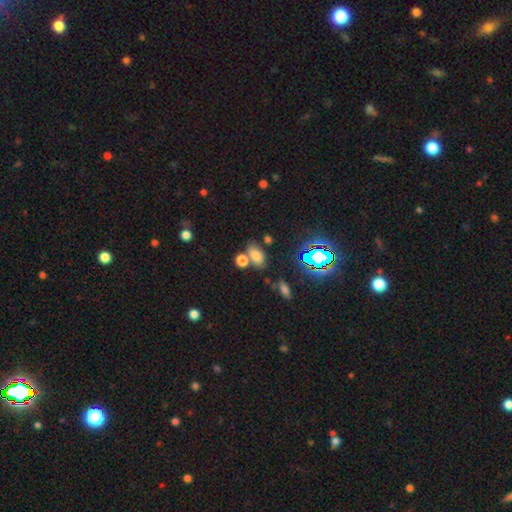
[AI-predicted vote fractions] Smooth or featured? Predicted: smooth (p=0.70). How rounded? Predicted: in between (p=0.85). Merging? Predicted: none (p=0.57).